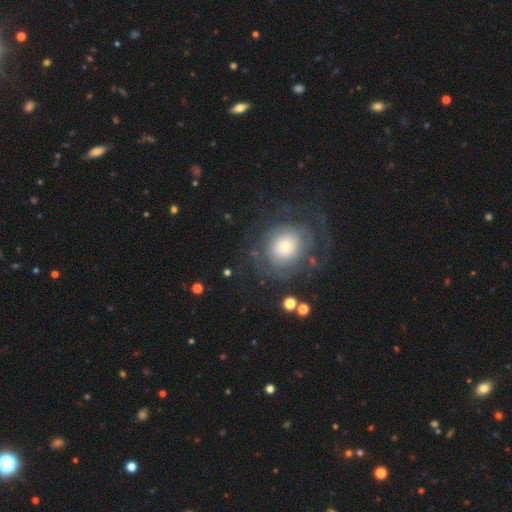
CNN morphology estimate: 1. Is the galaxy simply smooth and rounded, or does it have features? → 44% smooth, 29% star or artifact, 28% featured or disk.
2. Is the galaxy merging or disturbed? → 81% none, 11% minor disturbance, 6% major disturbance, 3% merger.